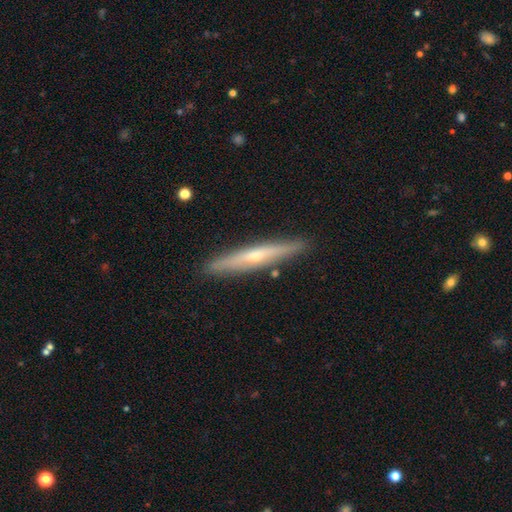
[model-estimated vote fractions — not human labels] This is likely a featured or disk galaxy (61%). It is clearly viewed edge-on (94%). Edge-on bulge: likely rounded (71%). Merging: clearly none (89%).